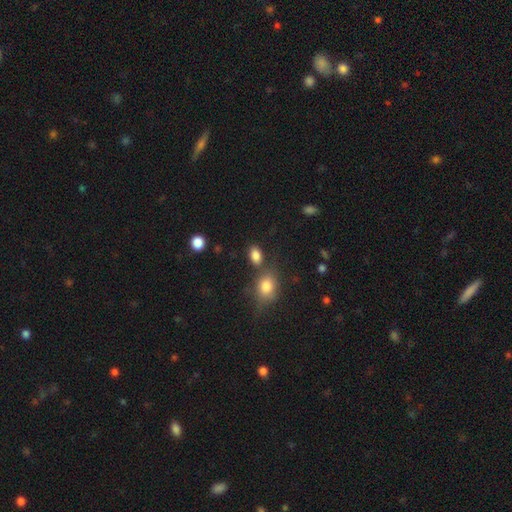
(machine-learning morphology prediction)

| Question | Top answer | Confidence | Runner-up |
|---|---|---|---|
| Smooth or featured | smooth | 84% | star or artifact (10%) |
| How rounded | in between | 85% | round (13%) |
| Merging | none | 69% | merger (15%) |